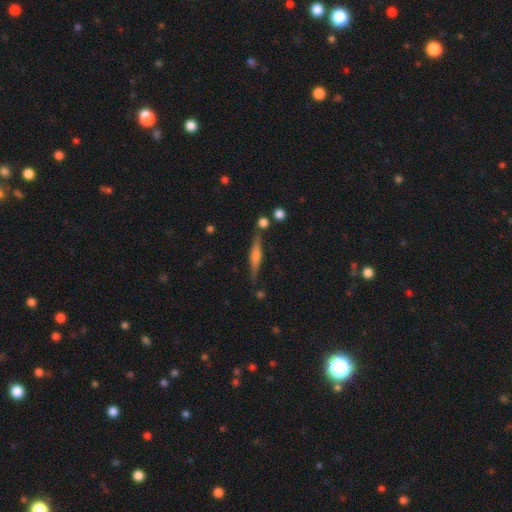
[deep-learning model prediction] Q: Smooth or featured?
A: featured or disk (69%); runner-up: smooth (23%)
Q: Edge-on disk?
A: yes (97%); runner-up: no (3%)
Q: Edge-on bulge?
A: rounded (70%); runner-up: boxy (19%)
Q: Merging?
A: none (83%); runner-up: minor disturbance (10%)